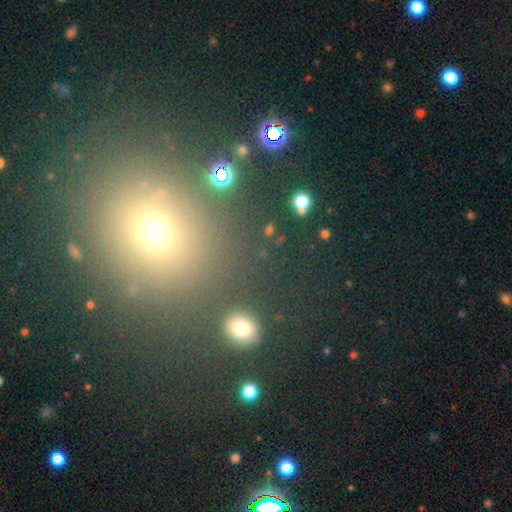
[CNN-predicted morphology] This appears to be a smooth galaxy with no disk features (53%) that is round (77%). Merging: none (82%).